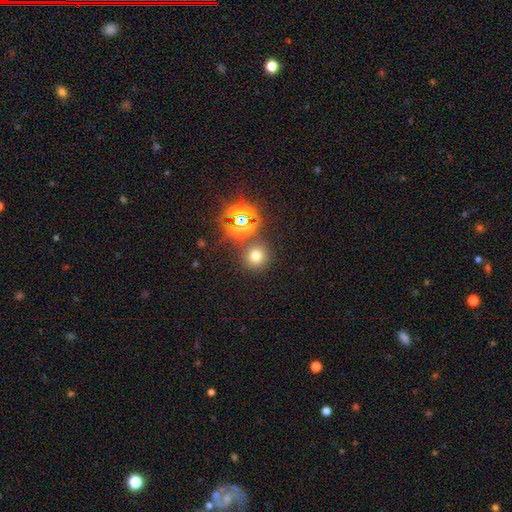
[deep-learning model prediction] smooth-or-featured: smooth: 66% | star or artifact: 26% | featured or disk: 8%
  how-rounded: round: 92% | in between: 7% | cigar-shaped: 1%
  merging: none: 80% | merger: 10% | minor disturbance: 7% | major disturbance: 3%